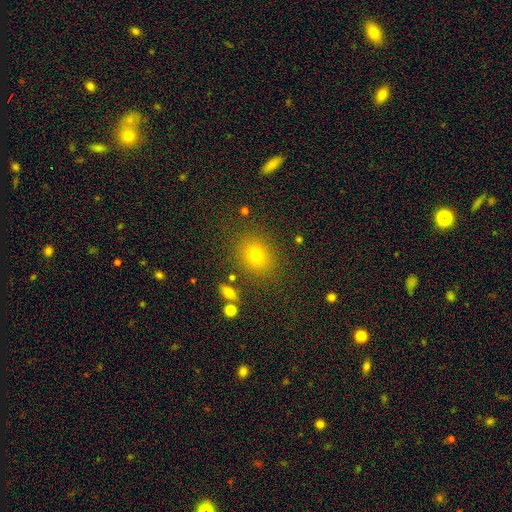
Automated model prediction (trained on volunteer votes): This appears to be a smooth galaxy with no disk features (72%) that is round (58%). Merging: none (83%).